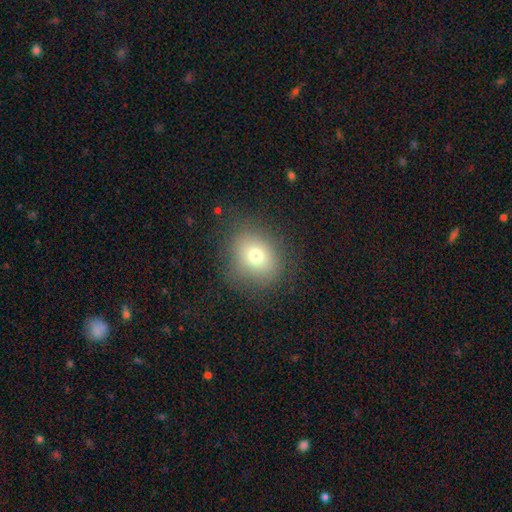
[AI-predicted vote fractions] Smooth or featured?
  - smooth: 72% *
  - star or artifact: 14%
  - featured or disk: 13%
How rounded?
  - round: 66% *
  - in between: 33%
  - cigar-shaped: 1%
Merging?
  - none: 79% *
  - minor disturbance: 13%
  - major disturbance: 6%
  - merger: 1%